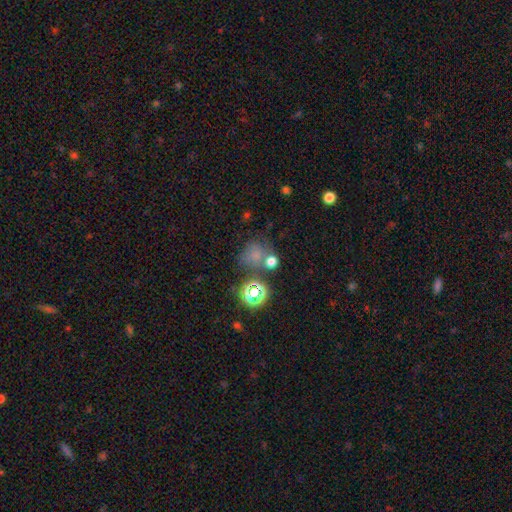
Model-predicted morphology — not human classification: Smooth or featured: smooth — 64% (star or artifact — 25%)
How rounded: round — 79% (in between — 20%)
Merging: none — 52% (merger — 24%)